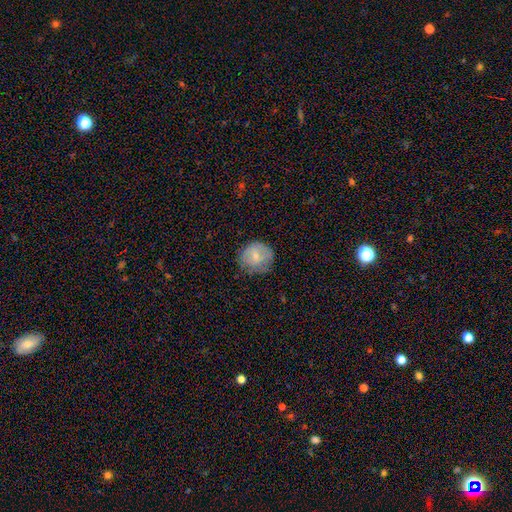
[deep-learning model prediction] smooth 62%, featured or disk 30%, star or artifact 8%. Down the decision tree: how rounded — round (84%); merging — none (65%).